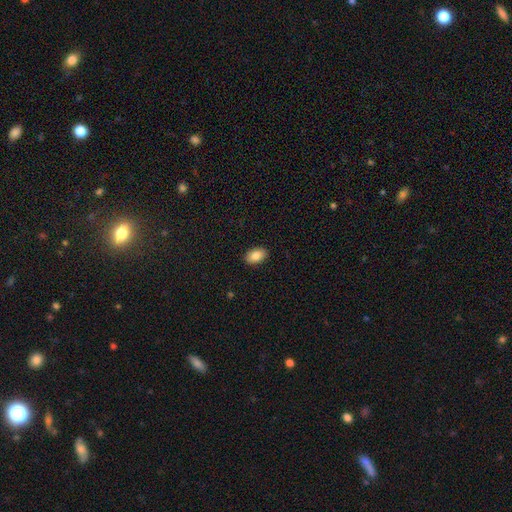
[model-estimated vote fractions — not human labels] Smooth or featured? Predicted: smooth (p=0.86). How rounded? Predicted: in between (p=0.91). Merging? Predicted: none (p=0.90).